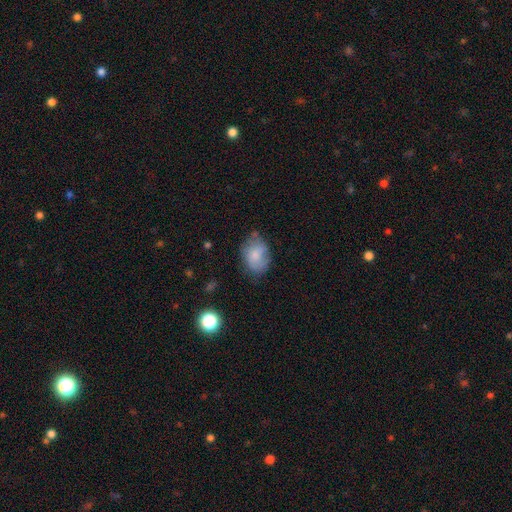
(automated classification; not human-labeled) Smooth or featured?
  - smooth: 72% *
  - featured or disk: 20%
  - star or artifact: 8%
How rounded?
  - in between: 74% *
  - round: 24%
  - cigar-shaped: 1%
Merging?
  - none: 56% *
  - minor disturbance: 30%
  - major disturbance: 11%
  - merger: 3%